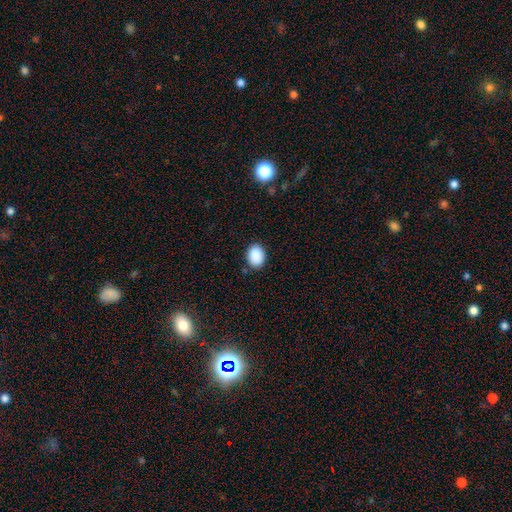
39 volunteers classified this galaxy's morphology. Volunteers were most divided on "how rounded": in between: 75%, round: 25%, cigar-shaped: 0%. More confident: merging — none (94%); smooth or featured — smooth (92%).